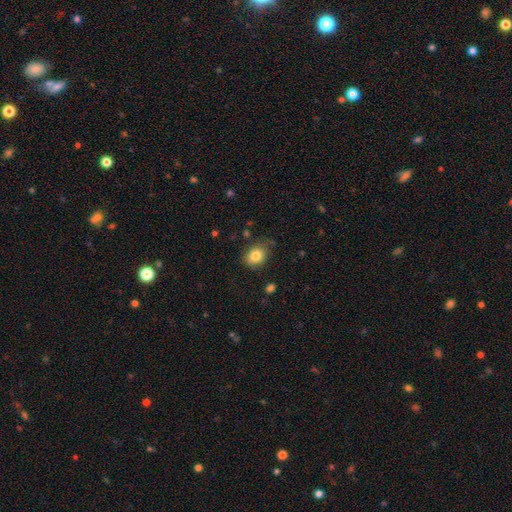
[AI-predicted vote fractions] A smooth galaxy with no disk features (83%) that is in between round and cigar-shaped (53%).

Vote fractions:
- Smooth or featured? smooth: 83% / star or artifact: 9% / featured or disk: 8%
- How rounded? in between: 53% / round: 46% / cigar-shaped: 1%
- Merging? none: 75% / minor disturbance: 19% / major disturbance: 4% / merger: 2%